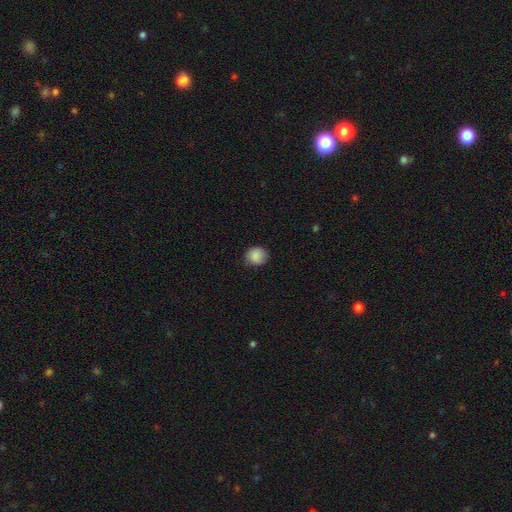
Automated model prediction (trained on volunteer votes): smooth-or-featured: smooth: 88% | star or artifact: 8% | featured or disk: 4%
  how-rounded: round: 84% | in between: 15% | cigar-shaped: 1%
  merging: none: 83% | minor disturbance: 13% | major disturbance: 3% | merger: 1%